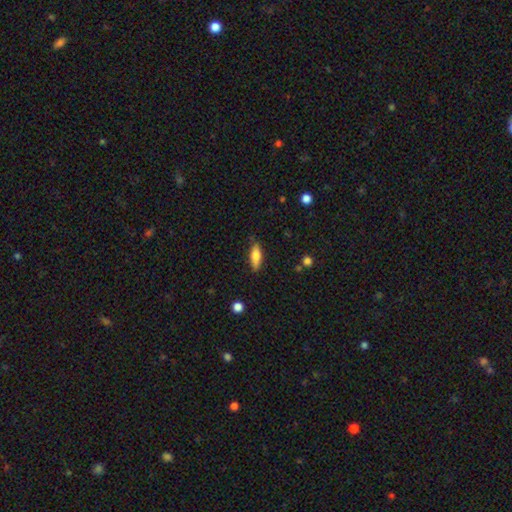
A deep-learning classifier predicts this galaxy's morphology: Smooth or featured? smooth (74%)
How rounded? in between (61%)
Merging? none (81%)